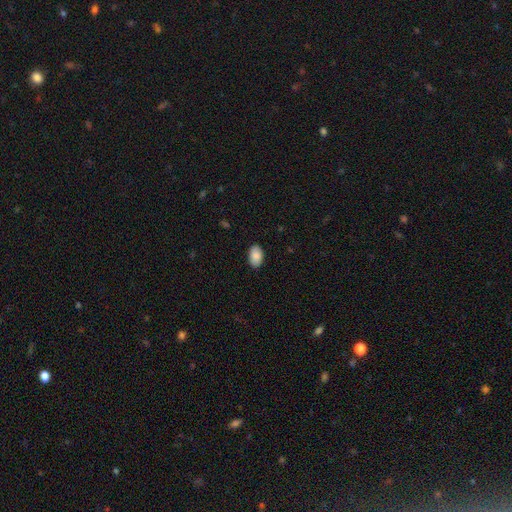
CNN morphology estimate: Smooth or featured?
  - smooth: 89% *
  - star or artifact: 6%
  - featured or disk: 5%
How rounded?
  - in between: 93% *
  - round: 6%
  - cigar-shaped: 1%
Merging?
  - none: 88% *
  - minor disturbance: 9%
  - major disturbance: 2%
  - merger: 1%